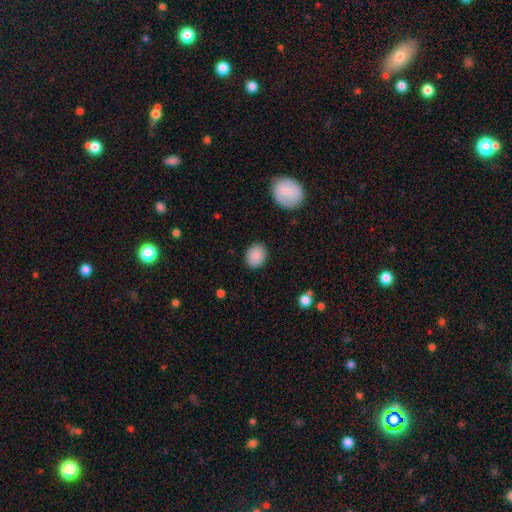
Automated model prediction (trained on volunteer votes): This appears to be a smooth galaxy with no disk features (88%) that is round (61%). Merging: none (88%).